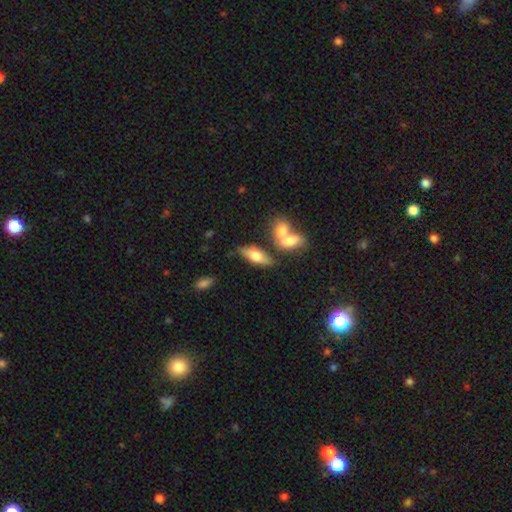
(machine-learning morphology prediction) The model was most divided on "smooth or featured": smooth: 53%, featured or disk: 39%, star or artifact: 8%. More confident: how rounded — in between (69%); merging — none (61%).